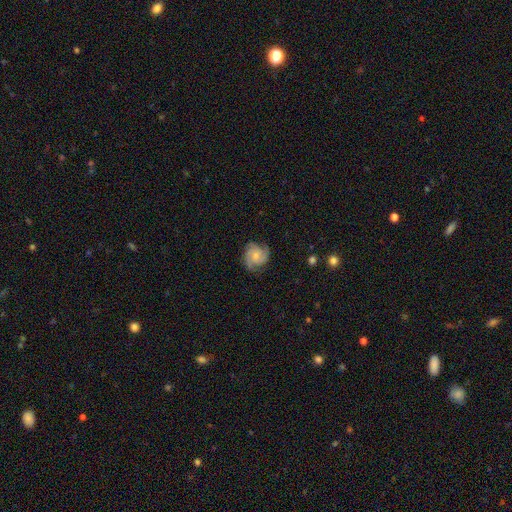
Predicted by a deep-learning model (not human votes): Smooth or featured? Predicted: featured or disk (p=0.78). Edge-on disk? Predicted: no (p=0.98). Bar? Predicted: no (p=0.76). Spiral arms? Predicted: yes (p=0.97). Spiral winding? Predicted: tight (p=0.52). Spiral arm count? Predicted: 3 (p=0.52). Bulge size? Predicted: small (p=0.60). Merging? Predicted: none (p=0.76).